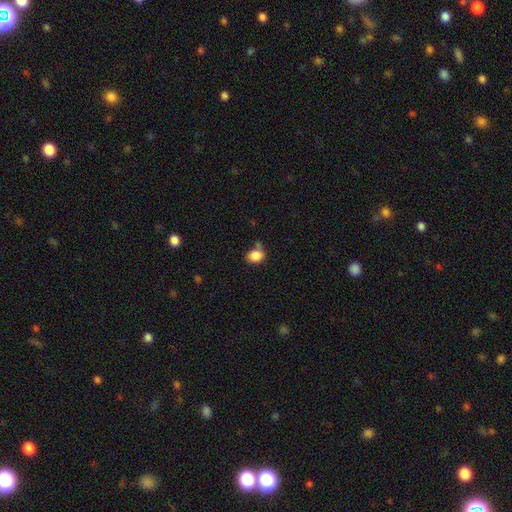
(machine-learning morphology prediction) Q: Smooth or featured?
A: smooth (85%); runner-up: star or artifact (9%)
Q: How rounded?
A: in between (54%); runner-up: round (45%)
Q: Merging?
A: none (56%); runner-up: minor disturbance (22%)